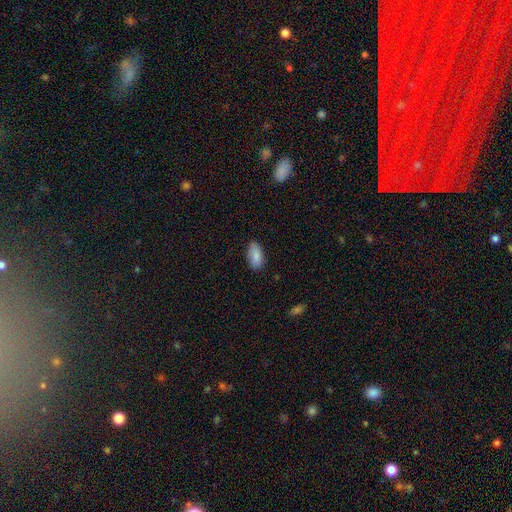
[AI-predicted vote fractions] A smooth galaxy with no disk features (87%) that is in between round and cigar-shaped (92%). Merging: none (82%).